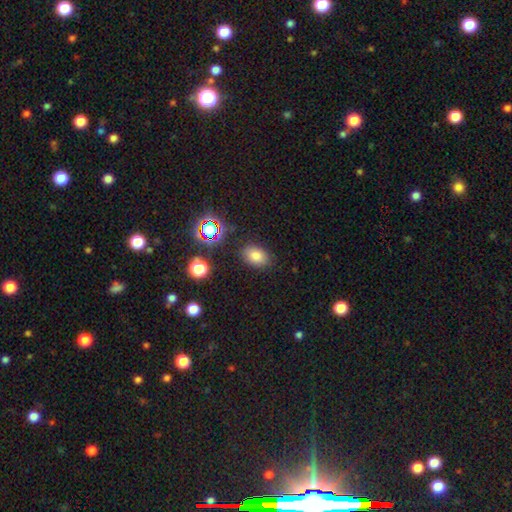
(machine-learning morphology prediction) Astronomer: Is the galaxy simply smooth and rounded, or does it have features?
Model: smooth — 76%.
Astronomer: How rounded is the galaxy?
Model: in between — 79%.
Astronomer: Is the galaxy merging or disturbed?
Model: none — 84%.